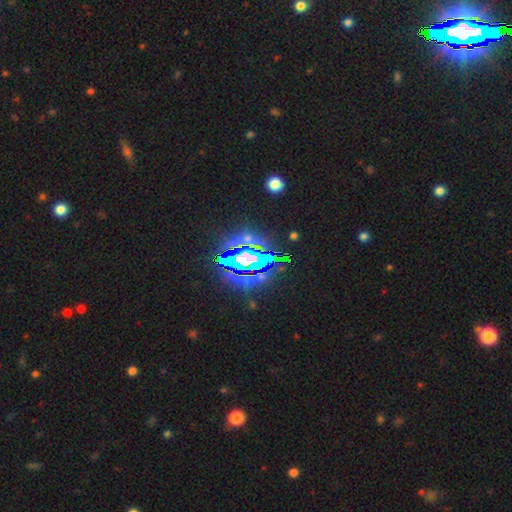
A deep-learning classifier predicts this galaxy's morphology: Overall: star or artifact (73%).